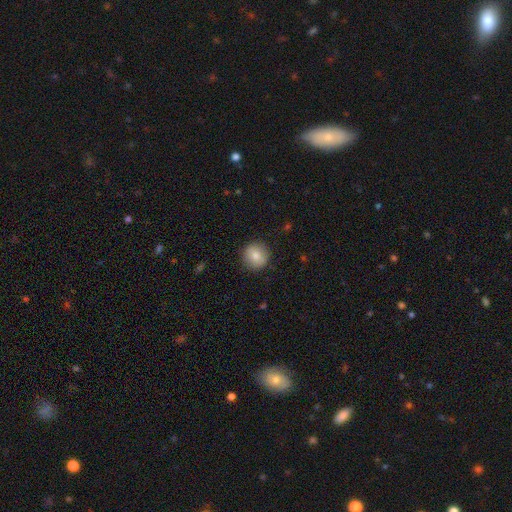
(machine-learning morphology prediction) The model was most divided on "smooth or featured": smooth: 83%, featured or disk: 9%, star or artifact: 8%. More confident: how rounded — round (92%); merging — none (89%).